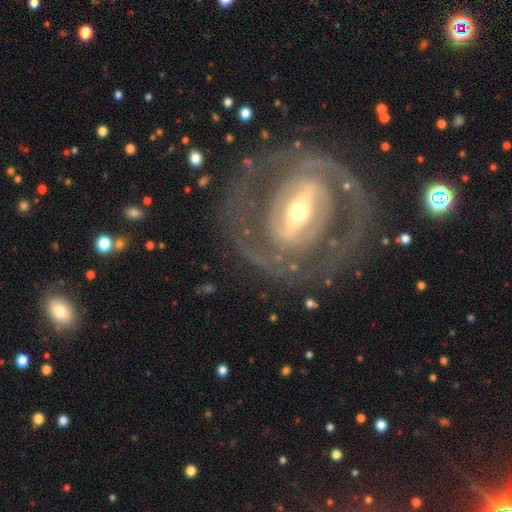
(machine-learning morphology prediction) smooth-or-featured: featured or disk: 86% | smooth: 9% | star or artifact: 5%
  disk-edge-on: no: 94% | yes: 6%
    bar: strong: 62% | weak: 26% | no: 12%
    has-spiral-arms: yes: 83% | no: 17%
      spiral-winding: tight: 59% | medium: 32% | loose: 10%
      spiral-arm-count: 2: 65% | can't tell: 18% | 3: 6% | 1: 4% | 4: 3% | more than 4: 3%
    bulge-size: moderate: 48% | small: 39% | large: 10% | dominant: 2% | none: 1%
  merging: none: 77% | minor disturbance: 12% | major disturbance: 9% | merger: 2%